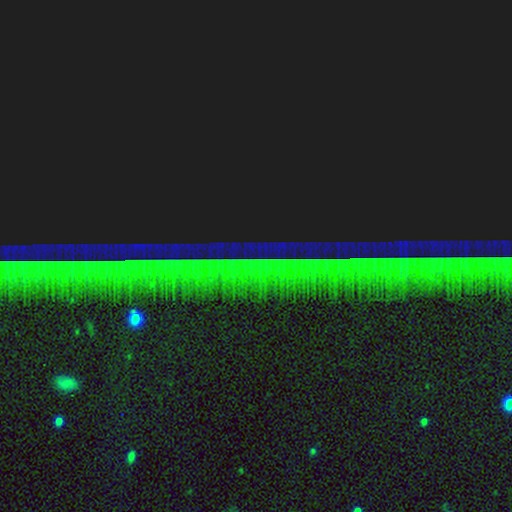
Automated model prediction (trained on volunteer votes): smooth-or-featured: star or artifact: 88% | featured or disk: 6% | smooth: 6%